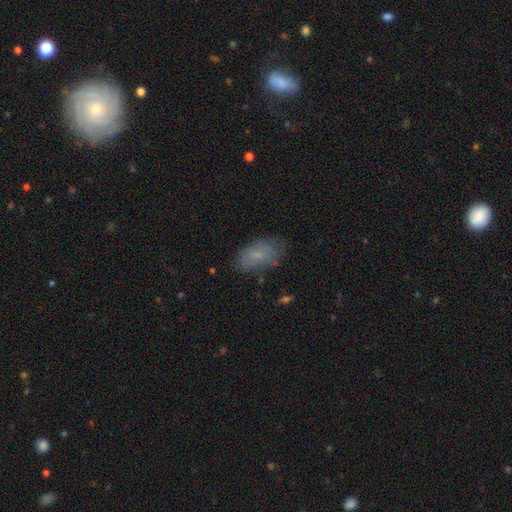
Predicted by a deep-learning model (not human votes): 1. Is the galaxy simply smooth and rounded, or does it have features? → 71% smooth, 19% featured or disk, 11% star or artifact.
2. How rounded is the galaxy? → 91% in between, 6% round, 2% cigar-shaped.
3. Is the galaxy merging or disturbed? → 66% none, 23% minor disturbance, 9% major disturbance, 2% merger.